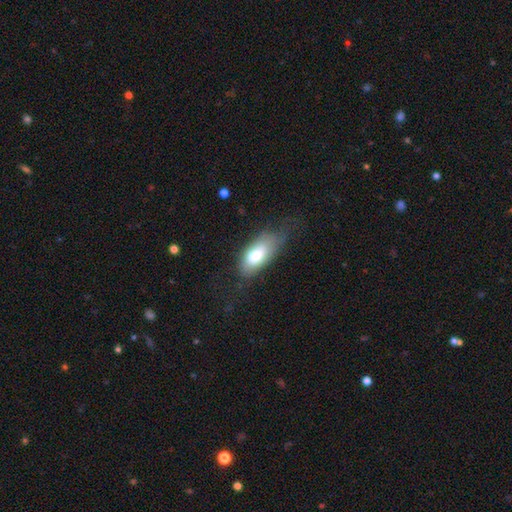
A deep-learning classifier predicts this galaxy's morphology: The model was most divided on "merging": none: 48%, minor disturbance: 32%, major disturbance: 19%, merger: 2%. More confident: how rounded — in between (88%); smooth or featured — smooth (76%).